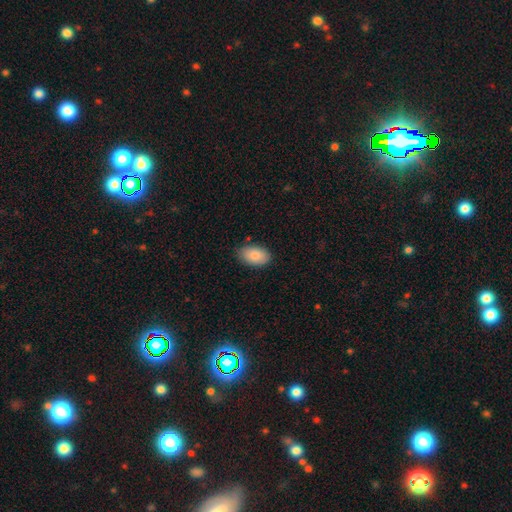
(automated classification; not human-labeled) Smooth or featured: smooth — 84% (featured or disk — 9%)
How rounded: in between — 92% (round — 6%)
Merging: none — 82% (minor disturbance — 15%)